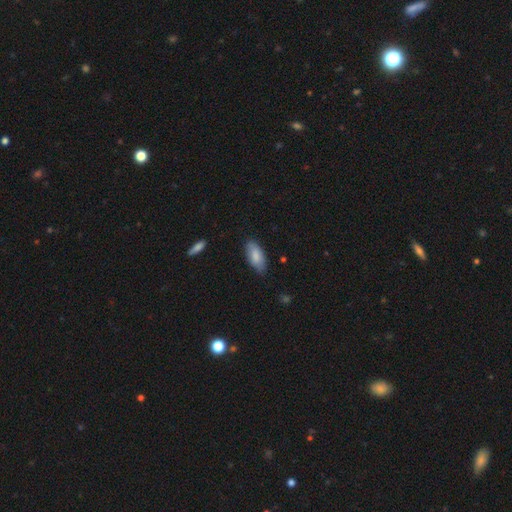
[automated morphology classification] A smooth galaxy with no disk features (82%) that is in between round and cigar-shaped (89%). Merging: none (76%).